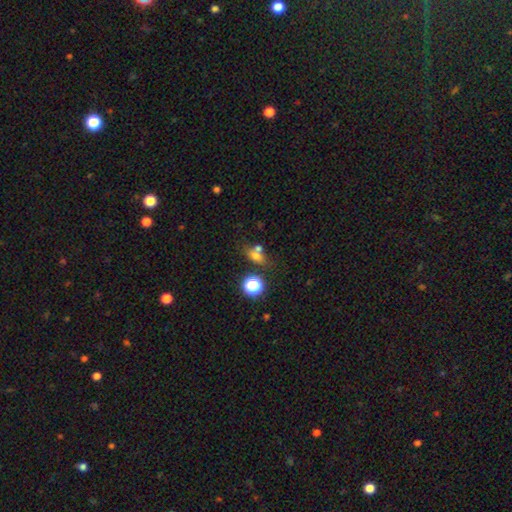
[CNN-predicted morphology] Smooth or featured?
  - smooth: 65% *
  - star or artifact: 21%
  - featured or disk: 14%
How rounded?
  - in between: 52% *
  - round: 43%
  - cigar-shaped: 5%
Merging?
  - none: 49% *
  - merger: 34%
  - minor disturbance: 12%
  - major disturbance: 6%